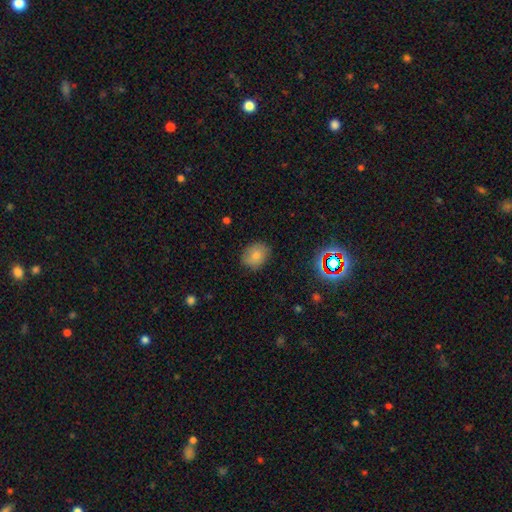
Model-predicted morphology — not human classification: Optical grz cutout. It shows a smooth galaxy with no disk features (74%) that is in between round and cigar-shaped (52%). Merging: none (81%).